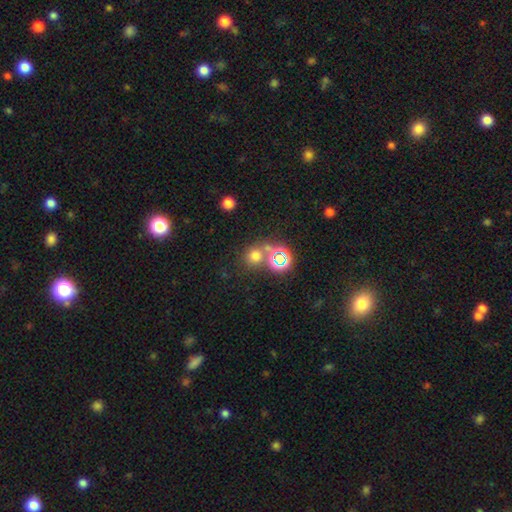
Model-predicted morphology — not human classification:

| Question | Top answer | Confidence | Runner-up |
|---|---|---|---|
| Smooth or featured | smooth | 63% | star or artifact (29%) |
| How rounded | round | 85% | in between (14%) |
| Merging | none | 65% | merger (22%) |